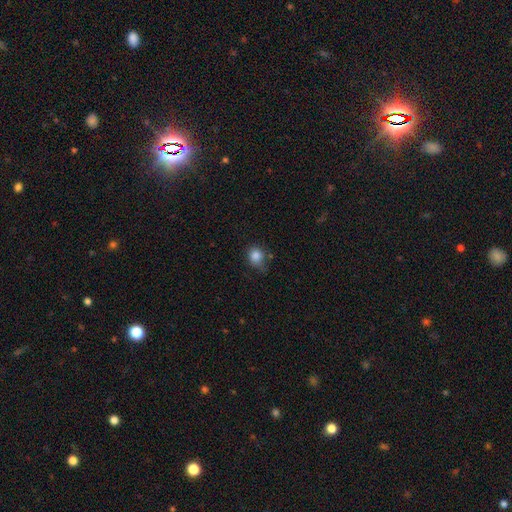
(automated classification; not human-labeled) Morphology: type=smooth (84%); roundness=round (73%); merging=none (57%).